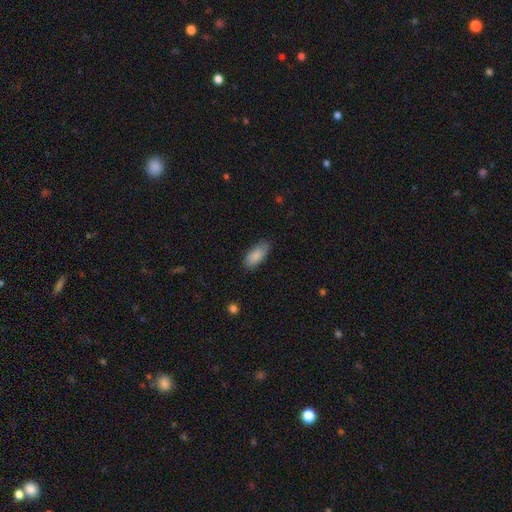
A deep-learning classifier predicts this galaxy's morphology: This appears to be a smooth galaxy with no disk features (87%) that is in between round and cigar-shaped (89%). Merging: none (78%).